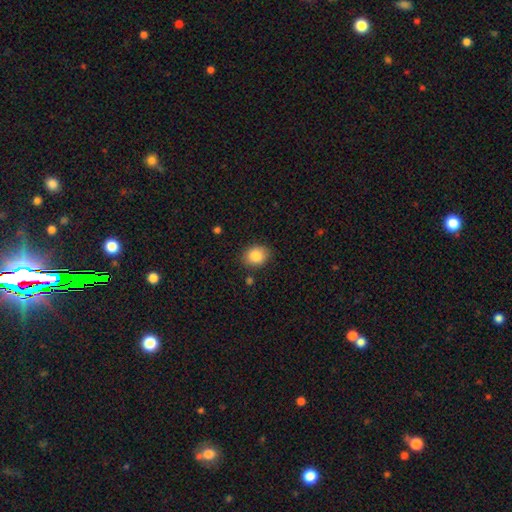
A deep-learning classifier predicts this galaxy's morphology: This appears to be a smooth galaxy with no disk features (87%) that is round (58%). Merging: none (85%).